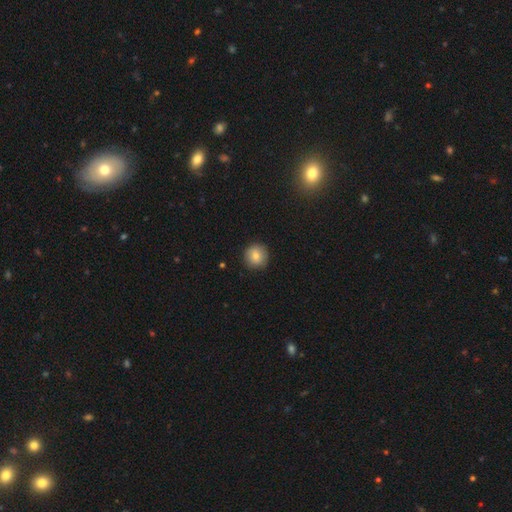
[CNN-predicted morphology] A smooth galaxy with no disk features (81%) that is round (94%).

Vote fractions:
- Smooth or featured? smooth: 81% / featured or disk: 10% / star or artifact: 9%
- How rounded? round: 94% / in between: 5% / cigar-shaped: 1%
- Merging? none: 90% / minor disturbance: 8% / major disturbance: 2% / merger: 1%